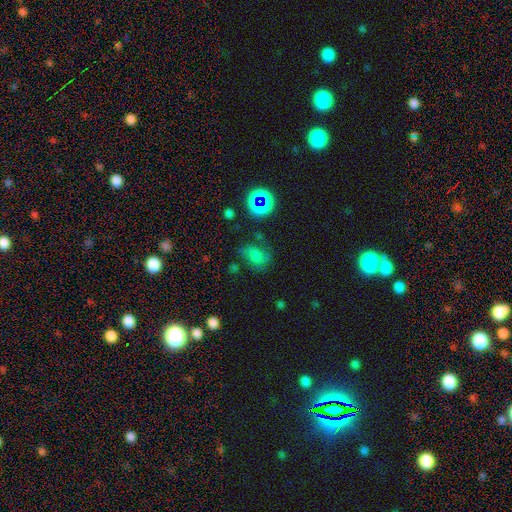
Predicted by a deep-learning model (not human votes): Smooth or featured?
  - smooth: 57% *
  - star or artifact: 22%
  - featured or disk: 21%
How rounded?
  - in between: 65% *
  - round: 33%
  - cigar-shaped: 2%
Merging?
  - none: 52% *
  - minor disturbance: 26%
  - major disturbance: 16%
  - merger: 6%